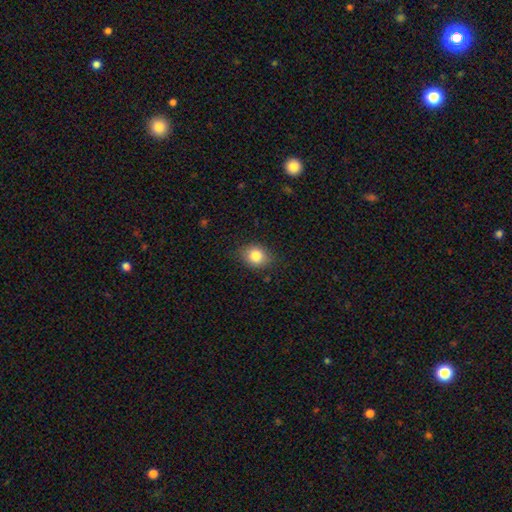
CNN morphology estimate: This is clearly a smooth galaxy (83%). How rounded: possibly round (51%). Merging: clearly none (82%).